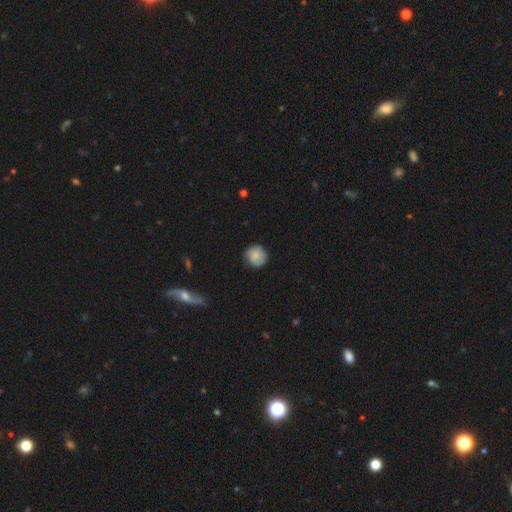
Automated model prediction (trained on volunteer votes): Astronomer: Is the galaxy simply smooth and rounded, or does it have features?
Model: smooth — 77%.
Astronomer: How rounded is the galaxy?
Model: round — 89%.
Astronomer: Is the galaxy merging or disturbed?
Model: none — 76%.